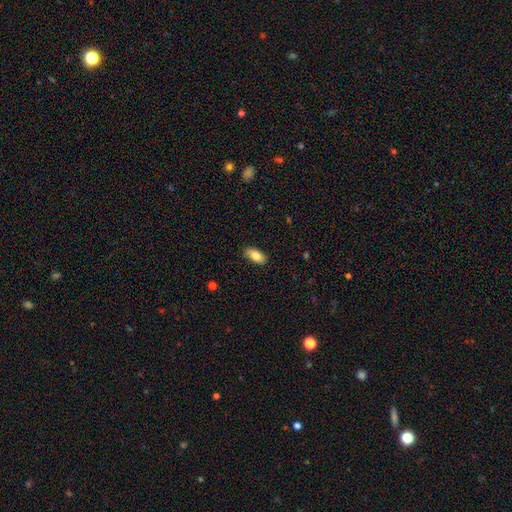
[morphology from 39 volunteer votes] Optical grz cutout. It shows a smooth galaxy with no disk features (87%) that is in between round and cigar-shaped (94%). Merging: none (86%).